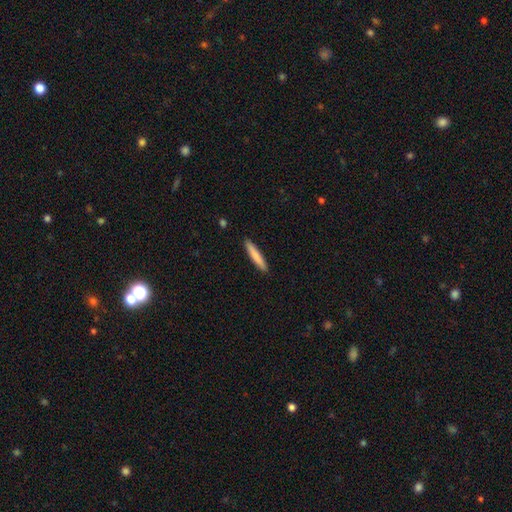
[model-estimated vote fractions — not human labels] smooth-or-featured: smooth: 81% | featured or disk: 14% | star or artifact: 5%
  how-rounded: cigar-shaped: 92% | in between: 6% | round: 1%
  merging: none: 91% | minor disturbance: 6% | major disturbance: 1% | merger: 1%